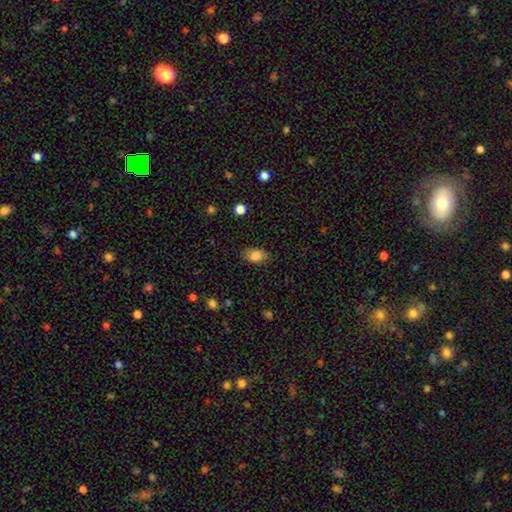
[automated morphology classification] This appears to be a smooth galaxy with no disk features (85%) that is in between round and cigar-shaped (88%). Merging: none (82%).